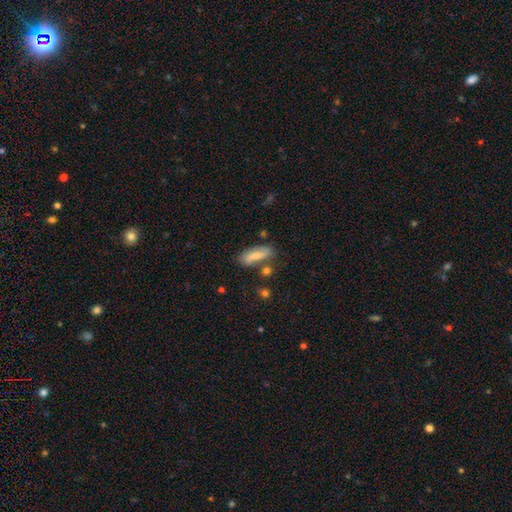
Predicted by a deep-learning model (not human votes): Morphology: type=smooth (66%); roundness=in between (65%); merging=none (69%).